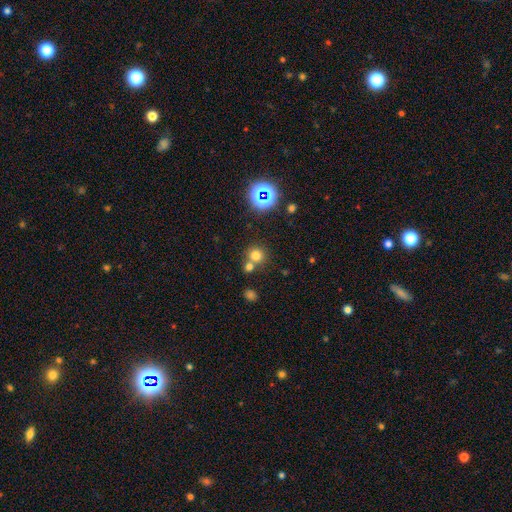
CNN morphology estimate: Smooth or featured? smooth (72%)
How rounded? round (89%)
Merging? none (59%)